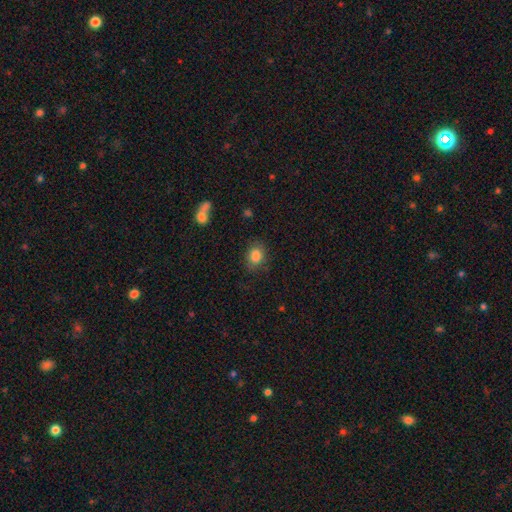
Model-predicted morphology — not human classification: Smooth or featured?
  - smooth: 84% *
  - star or artifact: 9%
  - featured or disk: 6%
How rounded?
  - in between: 52% *
  - round: 47%
  - cigar-shaped: 1%
Merging?
  - none: 78% *
  - minor disturbance: 15%
  - major disturbance: 5%
  - merger: 2%